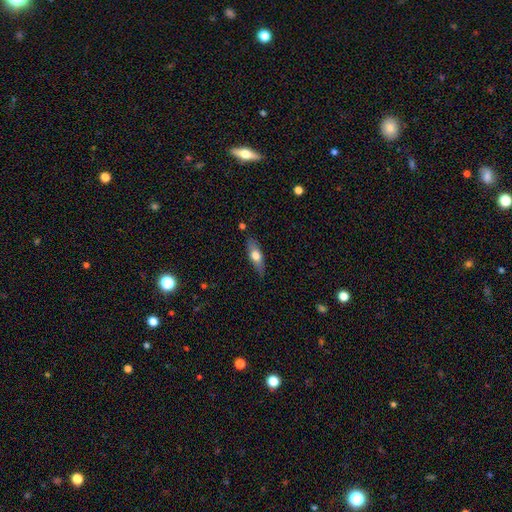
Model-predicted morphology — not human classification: The model was most divided on "how rounded": in between: 54%, cigar-shaped: 43%, round: 3%. More confident: merging — none (81%); smooth or featured — smooth (59%).